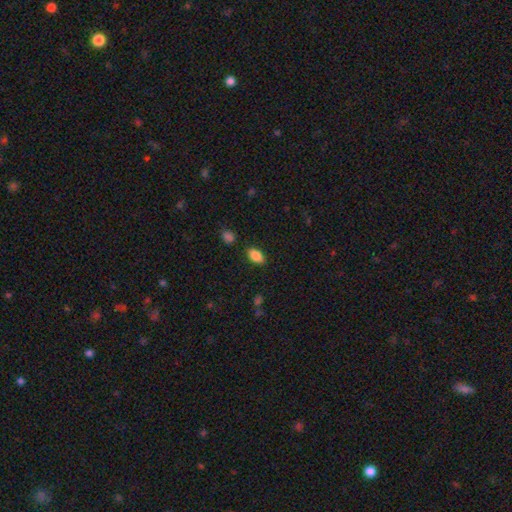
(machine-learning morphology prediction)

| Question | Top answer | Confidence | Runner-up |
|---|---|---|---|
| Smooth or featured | smooth | 86% | star or artifact (8%) |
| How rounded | in between | 91% | round (5%) |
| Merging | none | 86% | minor disturbance (10%) |